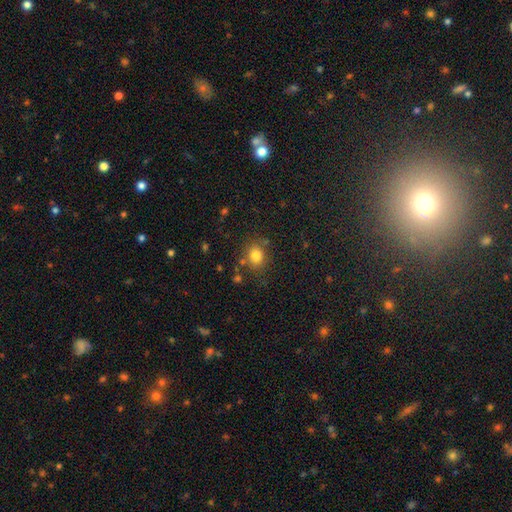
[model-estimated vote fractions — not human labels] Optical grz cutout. It shows a smooth galaxy with no disk features (80%) that is round (74%). Merging: none (77%).